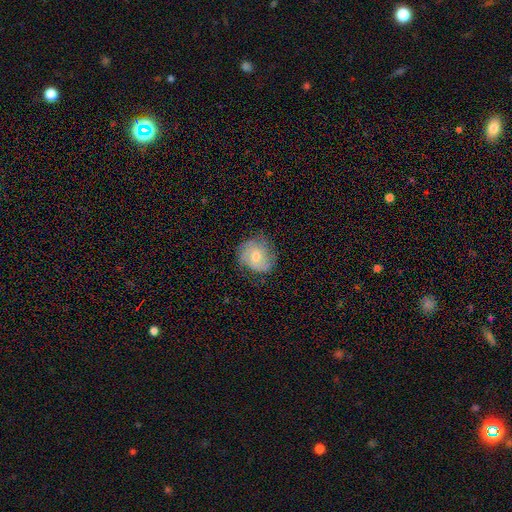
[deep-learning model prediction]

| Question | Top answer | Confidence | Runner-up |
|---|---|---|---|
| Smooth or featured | featured or disk | 59% | smooth (33%) |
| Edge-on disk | no | 97% | yes (3%) |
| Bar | no | 71% | weak (25%) |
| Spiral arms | yes | 87% | no (13%) |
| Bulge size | moderate | 54% | small (41%) |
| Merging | none | 71% | minor disturbance (21%) |